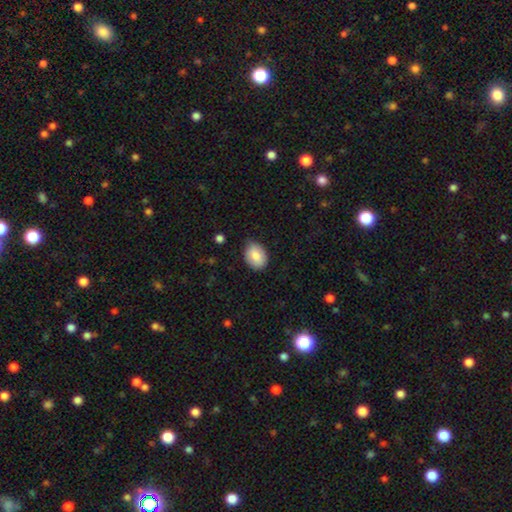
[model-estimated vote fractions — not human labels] A smooth galaxy with no disk features (82%) that is in between round and cigar-shaped (73%).

Vote fractions:
- Smooth or featured? smooth: 82% / featured or disk: 11% / star or artifact: 7%
- How rounded? in between: 73% / round: 26% / cigar-shaped: 1%
- Merging? none: 77% / minor disturbance: 19% / major disturbance: 3% / merger: 1%